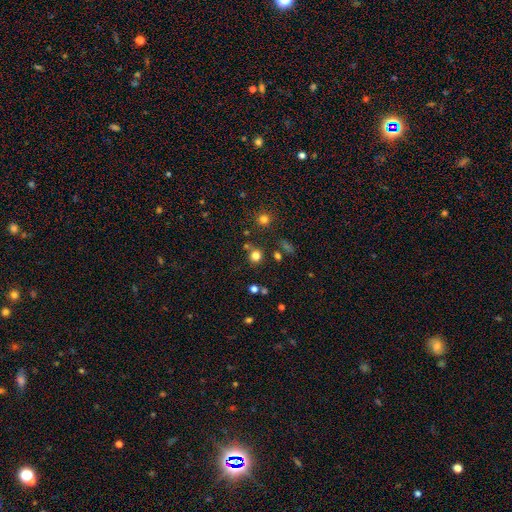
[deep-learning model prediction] Morphology: type=smooth (77%); roundness=round (89%); merging=none (77%).